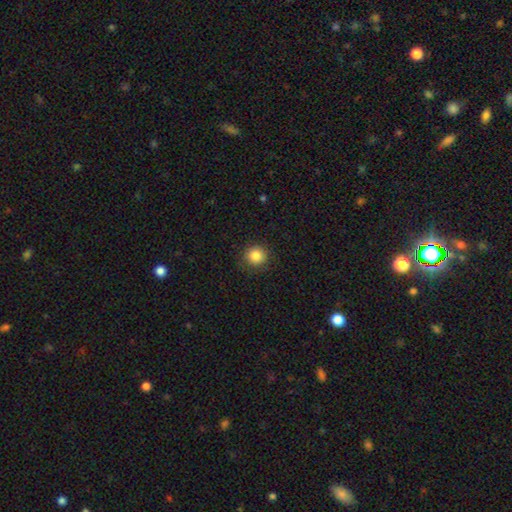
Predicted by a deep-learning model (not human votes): A smooth galaxy with no disk features (85%) that is round (93%).

Vote fractions:
- Smooth or featured? smooth: 85% / star or artifact: 10% / featured or disk: 5%
- How rounded? round: 93% / in between: 6% / cigar-shaped: 1%
- Merging? none: 88% / minor disturbance: 8% / major disturbance: 3% / merger: 1%